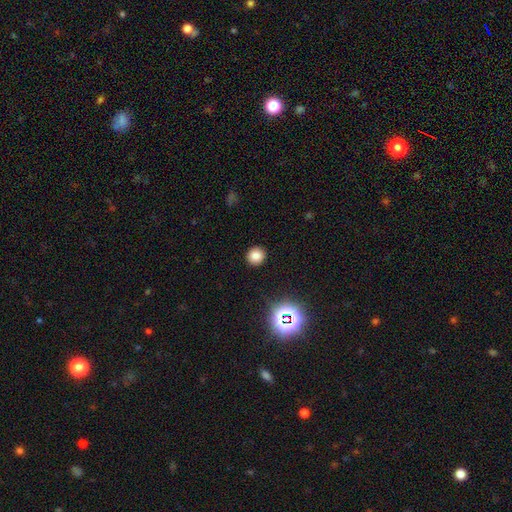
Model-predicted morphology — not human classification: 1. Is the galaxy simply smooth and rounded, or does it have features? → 79% smooth, 16% star or artifact, 5% featured or disk.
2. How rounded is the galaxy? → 92% round, 7% in between, 1% cigar-shaped.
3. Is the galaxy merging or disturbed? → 92% none, 5% minor disturbance, 2% major disturbance, 1% merger.